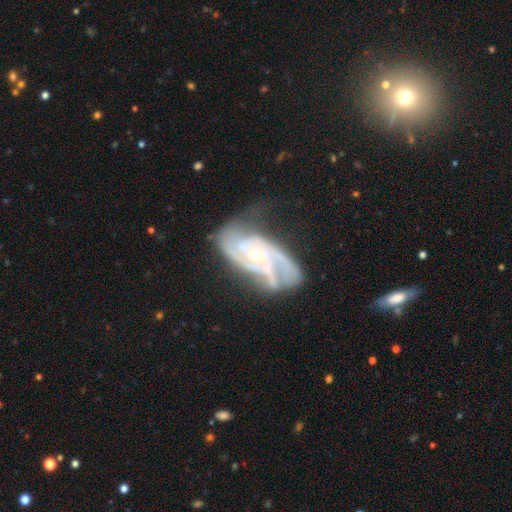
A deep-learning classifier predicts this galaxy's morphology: Smooth or featured?
  - featured or disk: 90% *
  - star or artifact: 5%
  - smooth: 5%
Edge-on disk?
  - no: 96% *
  - yes: 4%
Bar?
  - no: 64% *
  - weak: 25%
  - strong: 10%
Spiral arms?
  - yes: 97% *
  - no: 3%
Spiral winding?
  - tight: 47% *
  - medium: 42%
  - loose: 11%
Spiral arm count?
  - 3: 39% *
  - 2: 33%
  - can't tell: 12%
  - 4: 8%
  - 1: 4%
  - more than 4: 4%
Bulge size?
  - small: 63% *
  - moderate: 34%
  - large: 1%
  - none: 1%
  - dominant: 1%
Merging?
  - none: 50% *
  - minor disturbance: 27%
  - major disturbance: 20%
  - merger: 3%